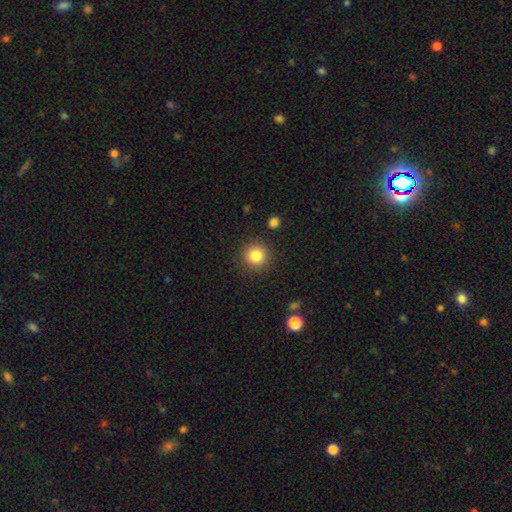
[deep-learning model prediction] Smooth or featured? smooth (83%)
How rounded? round (94%)
Merging? none (90%)